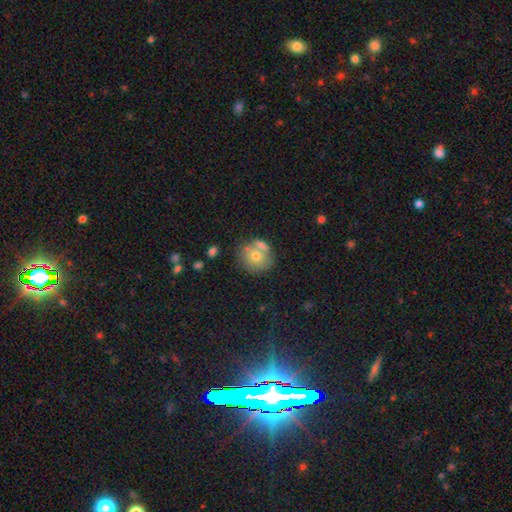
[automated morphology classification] Smooth or featured?
  - smooth: 68% *
  - featured or disk: 23%
  - star or artifact: 9%
How rounded?
  - round: 81% *
  - in between: 18%
  - cigar-shaped: 1%
Merging?
  - none: 50% *
  - merger: 32%
  - minor disturbance: 14%
  - major disturbance: 5%